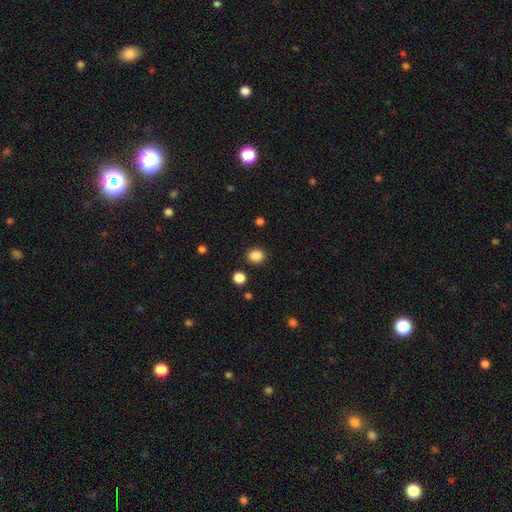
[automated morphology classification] smooth 87%, star or artifact 10%, featured or disk 3%. Down the decision tree: how rounded — round (72%); merging — none (88%).